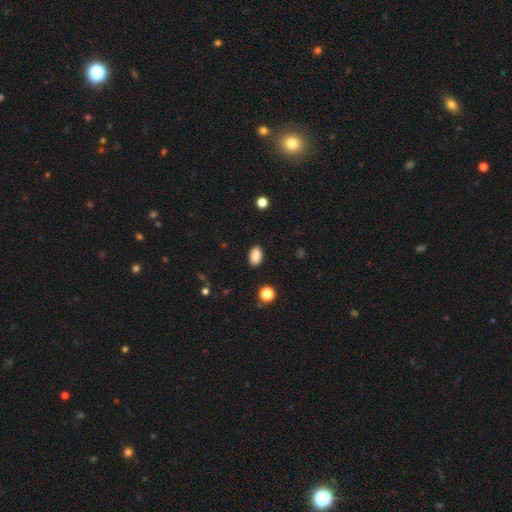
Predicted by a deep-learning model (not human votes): Smooth or featured? Predicted: smooth (p=0.86). How rounded? Predicted: in between (p=0.90). Merging? Predicted: none (p=0.88).